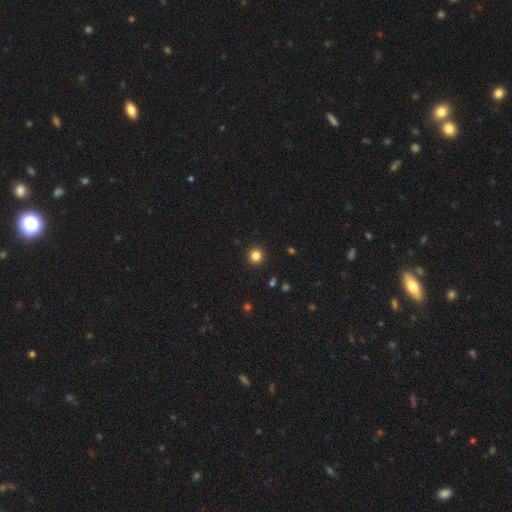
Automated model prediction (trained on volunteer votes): The model was most divided on "smooth or featured": smooth: 84%, star or artifact: 12%, featured or disk: 4%. More confident: how rounded — round (95%); merging — none (93%).